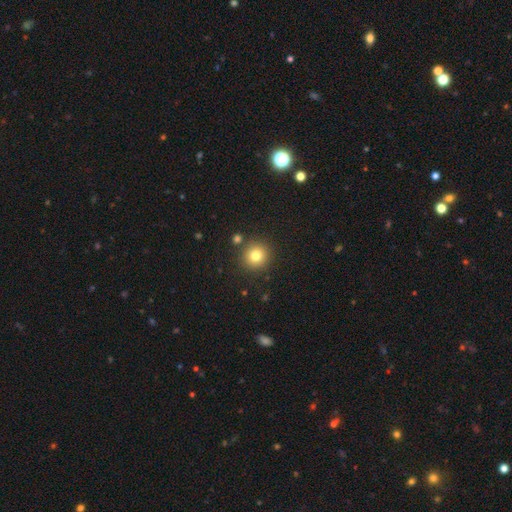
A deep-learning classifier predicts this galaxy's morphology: Smooth or featured? Predicted: smooth (p=0.80). How rounded? Predicted: round (p=0.92). Merging? Predicted: none (p=0.86).